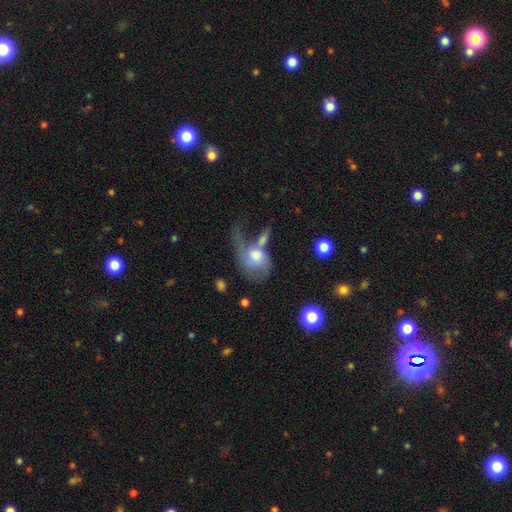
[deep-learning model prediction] Overall: smooth (55%; featured or disk 37%). How rounded: in between (62%; round 36%). Merging: major disturbance (39%; merger 37%).